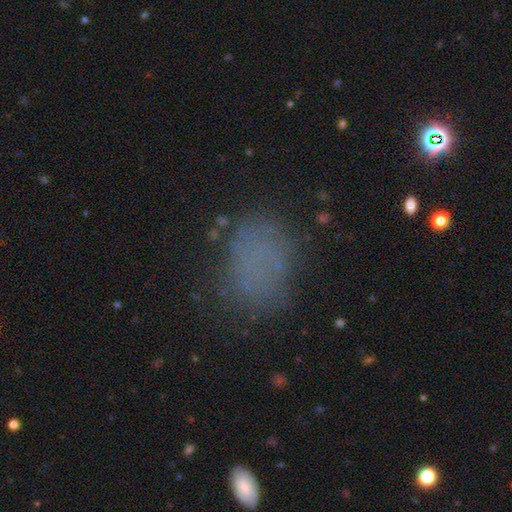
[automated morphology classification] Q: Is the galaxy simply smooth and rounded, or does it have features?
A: smooth — 60%.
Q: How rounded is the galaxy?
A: in between — 62%.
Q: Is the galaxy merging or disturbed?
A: none — 66%.